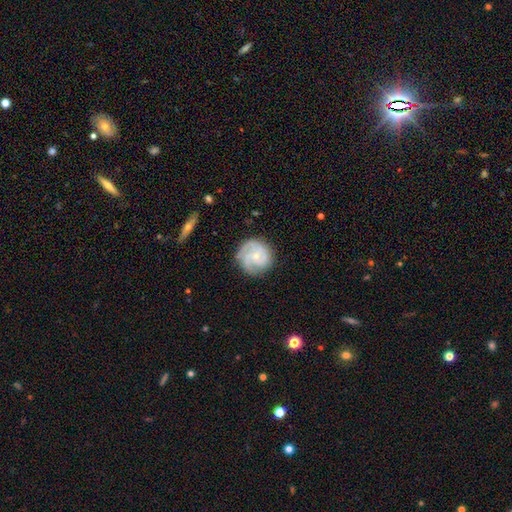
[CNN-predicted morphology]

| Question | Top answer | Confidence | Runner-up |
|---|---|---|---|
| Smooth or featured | featured or disk | 80% | smooth (14%) |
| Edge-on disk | no | 98% | yes (2%) |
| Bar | no | 73% | weak (23%) |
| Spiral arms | yes | 96% | no (4%) |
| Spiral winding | tight | 57% | medium (35%) |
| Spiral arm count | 3 | 51% | 2 (20%) |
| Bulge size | small | 73% | moderate (22%) |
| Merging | none | 77% | minor disturbance (16%) |